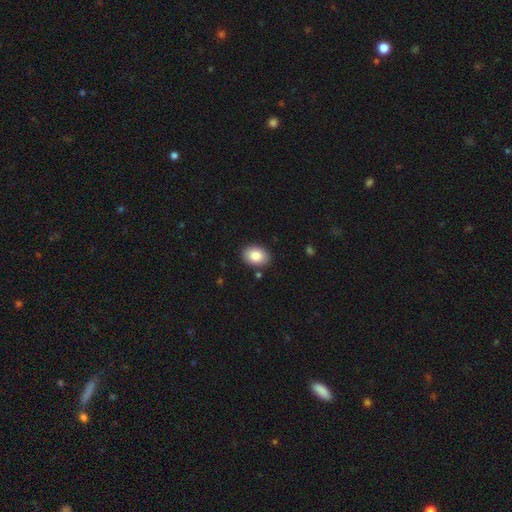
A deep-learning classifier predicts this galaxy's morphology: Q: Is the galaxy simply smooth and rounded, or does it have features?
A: smooth — 86%.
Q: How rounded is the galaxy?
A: in between — 73%.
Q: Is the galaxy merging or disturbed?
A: none — 88%.